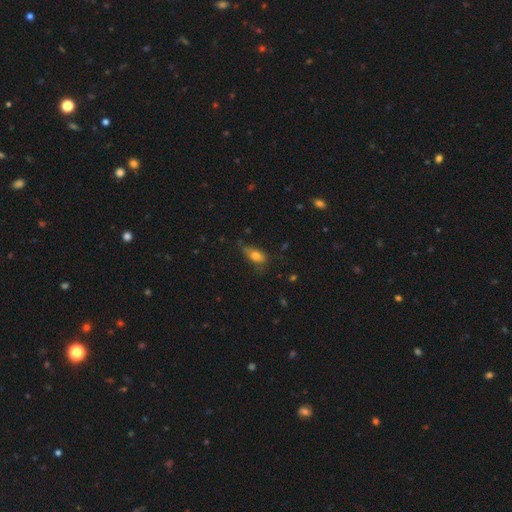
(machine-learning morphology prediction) This is likely a smooth galaxy (74%). How rounded: clearly in between (81%). Merging: possibly none (50%).